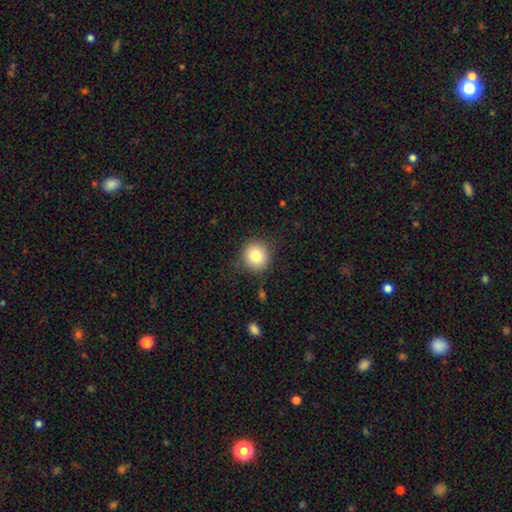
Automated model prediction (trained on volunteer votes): A smooth galaxy with no disk features (80%) that is round (93%). Merging: none (86%).